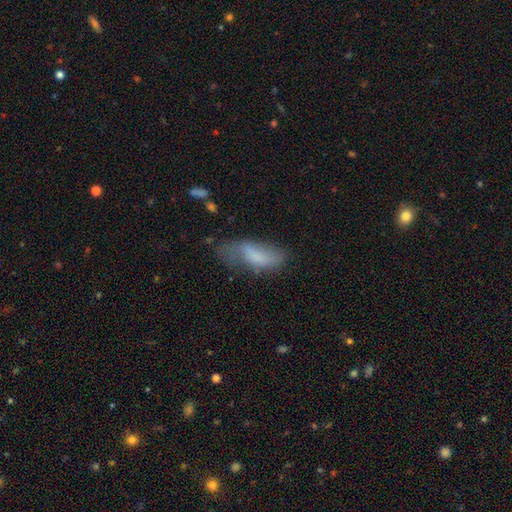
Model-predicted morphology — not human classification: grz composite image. It shows a smooth galaxy with no disk features (65%) that is in between round and cigar-shaped (72%). Merging: none (50%).